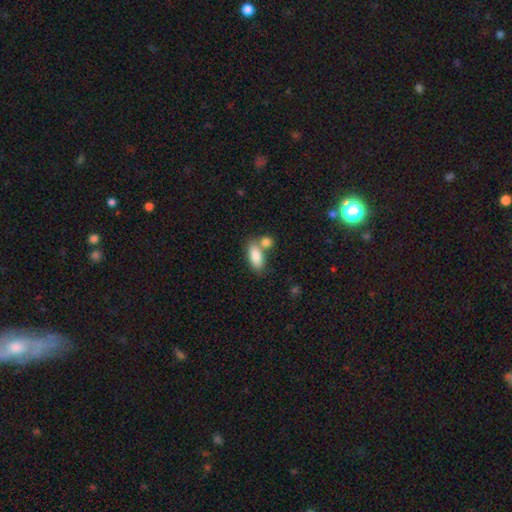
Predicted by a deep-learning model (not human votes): smooth_or_featured: smooth (p=0.86) [alt: featured or disk p=0.08]
how_rounded: in between (p=0.84) [alt: cigar-shaped p=0.12]
merging: none (p=0.48) [alt: merger p=0.37]